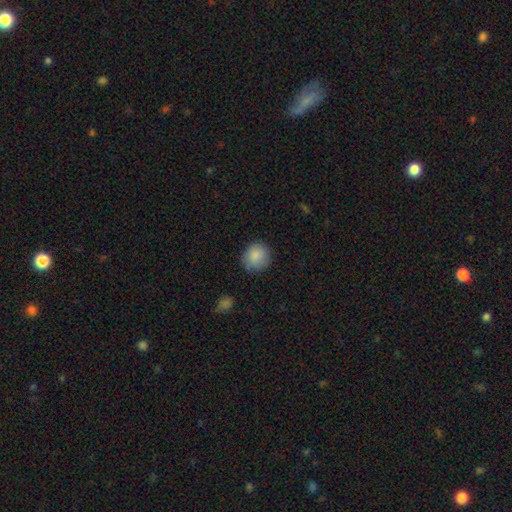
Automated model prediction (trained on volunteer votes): Q: Smooth or featured?
A: smooth (87%); runner-up: star or artifact (8%)
Q: How rounded?
A: round (88%); runner-up: in between (11%)
Q: Merging?
A: none (82%); runner-up: minor disturbance (14%)